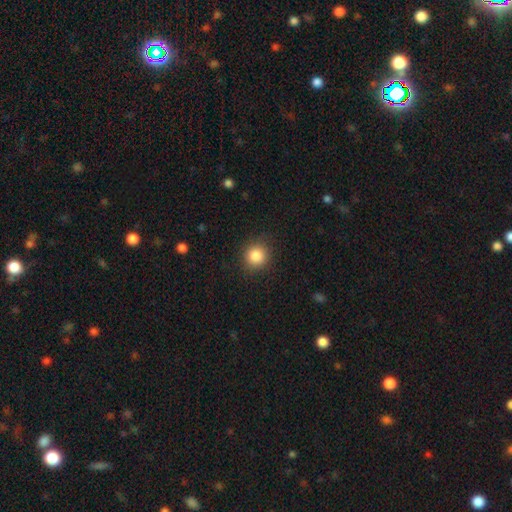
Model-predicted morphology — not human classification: smooth_or_featured: smooth (p=0.85) [alt: star or artifact p=0.10]
how_rounded: round (p=0.91) [alt: in between p=0.08]
merging: none (p=0.89) [alt: minor disturbance p=0.07]